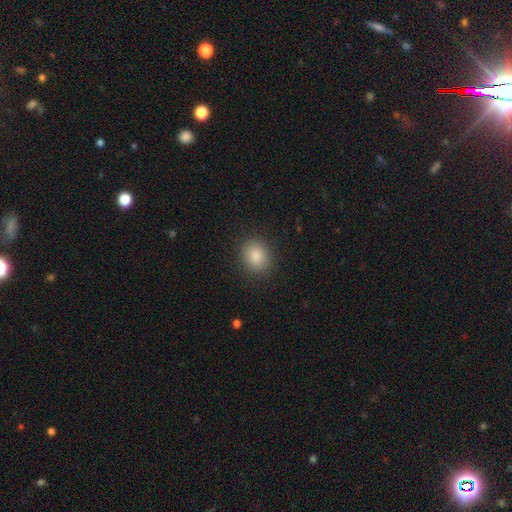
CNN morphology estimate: type=smooth (85%); roundness=round (64%); merging=none (90%).